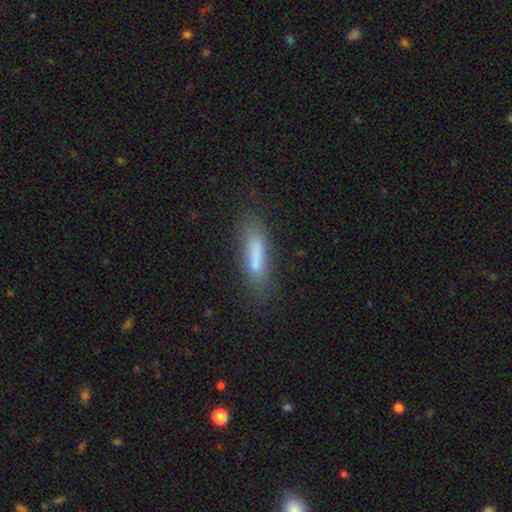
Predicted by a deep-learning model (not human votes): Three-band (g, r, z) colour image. It shows a smooth galaxy with no disk features (70%) that is cigar-shaped (71%). Merging: none (65%).